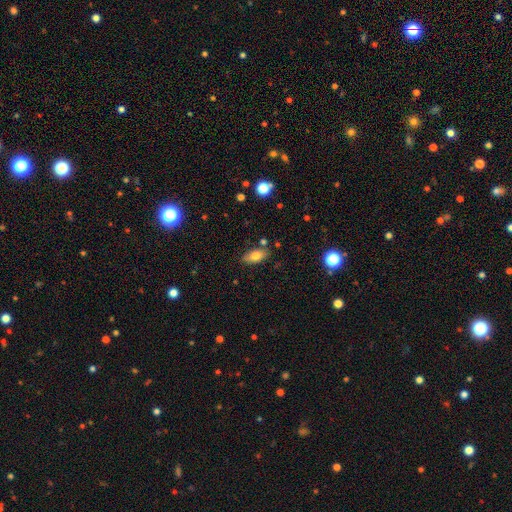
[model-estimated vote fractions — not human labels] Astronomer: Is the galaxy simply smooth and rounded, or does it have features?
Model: smooth — 76%.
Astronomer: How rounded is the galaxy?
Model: in between — 89%.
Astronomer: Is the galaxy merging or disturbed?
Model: none — 81%.